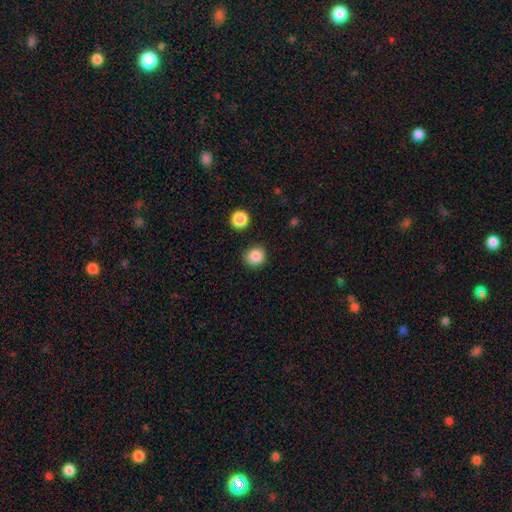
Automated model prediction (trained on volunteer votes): Smooth or featured: smooth — 86% (star or artifact — 10%)
How rounded: round — 86% (in between — 13%)
Merging: none — 84% (minor disturbance — 10%)